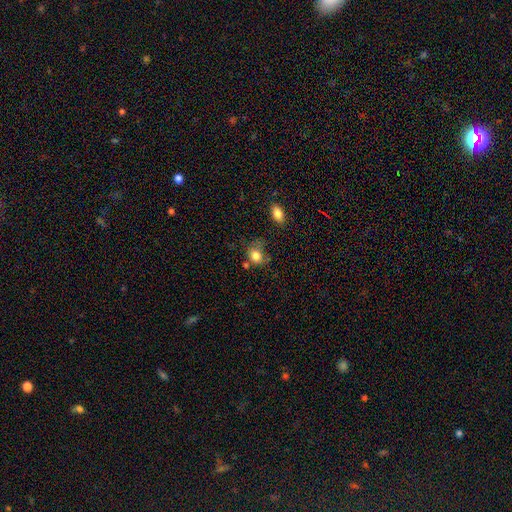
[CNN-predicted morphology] Overall: smooth (81%). How rounded: round (55%; in between 44%). Merging: none (45%; minor disturbance 30%).